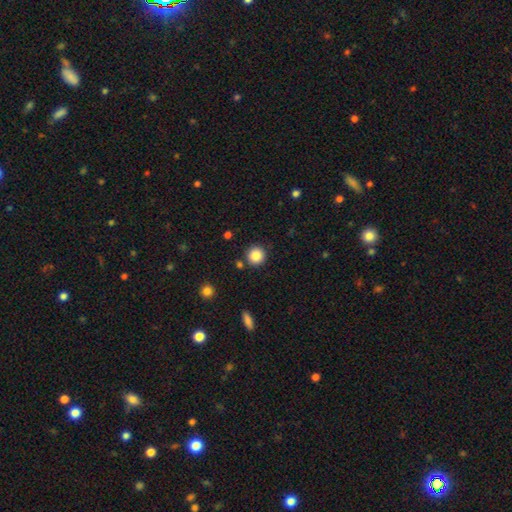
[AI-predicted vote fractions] Smooth or featured? smooth (86%)
How rounded? round (94%)
Merging? none (87%)